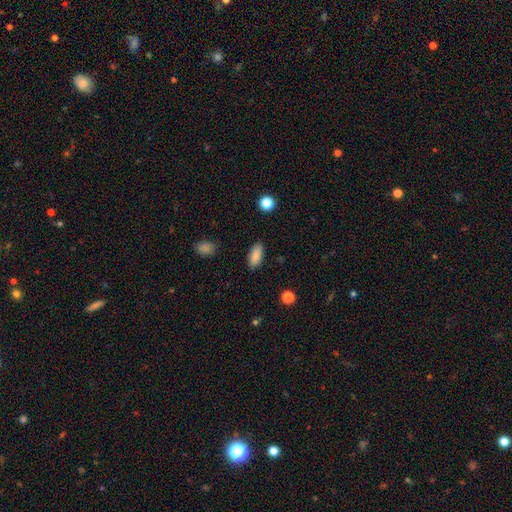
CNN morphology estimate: Overall: smooth (86%). How rounded: in between (88%). Merging: none (88%).